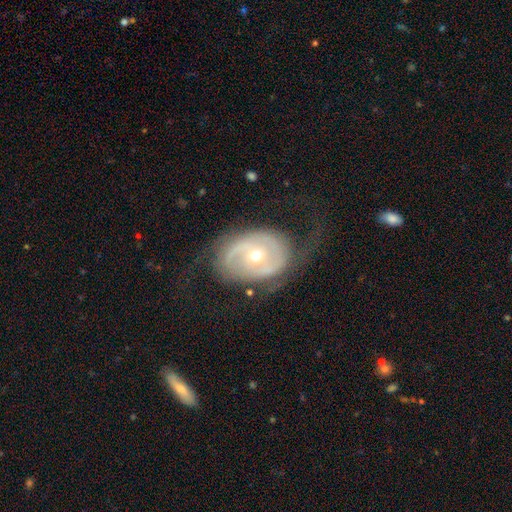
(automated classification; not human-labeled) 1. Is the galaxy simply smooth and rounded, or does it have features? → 75% featured or disk, 19% smooth, 7% star or artifact.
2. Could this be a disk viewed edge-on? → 95% no, 5% yes.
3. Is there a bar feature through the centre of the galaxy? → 66% no, 24% weak, 10% strong.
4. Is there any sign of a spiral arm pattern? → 70% yes, 30% no.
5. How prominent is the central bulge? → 55% moderate, 41% small, 2% large, 1% dominant, 1% none.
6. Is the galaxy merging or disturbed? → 52% none, 24% major disturbance, 23% minor disturbance, 2% merger.